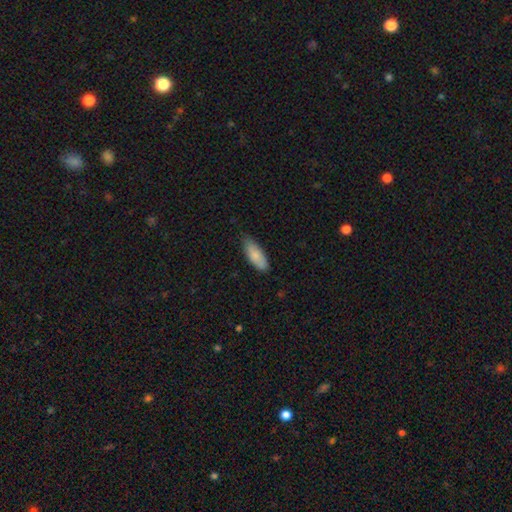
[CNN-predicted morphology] The model was most divided on "merging": none: 72%, minor disturbance: 24%, major disturbance: 3%, merger: 1%. More confident: smooth or featured — smooth (83%); how rounded — in between (77%).